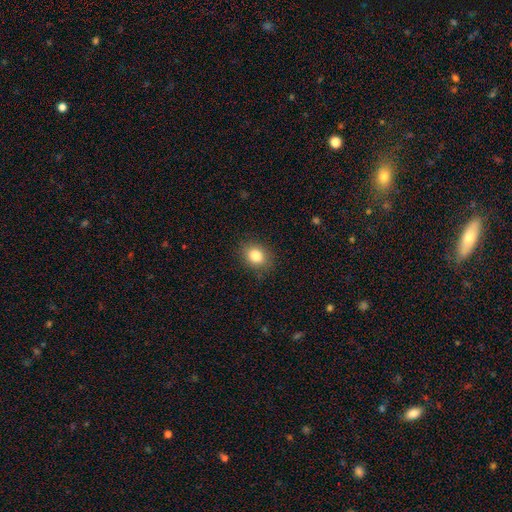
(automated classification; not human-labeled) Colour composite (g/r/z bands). It shows a smooth galaxy with no disk features (83%) that is round (51%). Merging: none (87%).